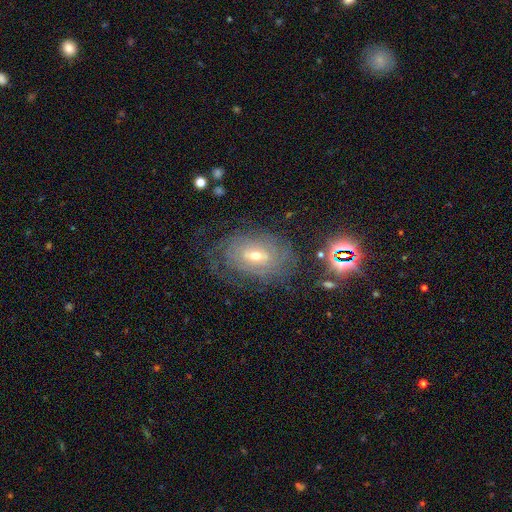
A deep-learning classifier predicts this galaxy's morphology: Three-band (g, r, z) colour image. It shows a featured or disk galaxy (71%) with a weak bar (48%), tight (70%) spiral arms (81%) and a moderate central bulge (51%). Merging: none (65%).